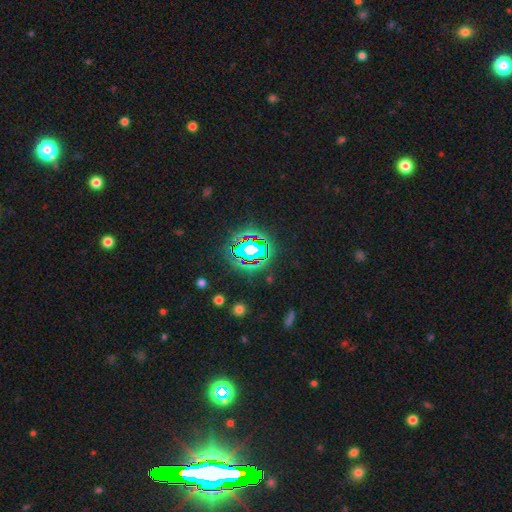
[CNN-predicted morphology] Smooth or featured: star or artifact — 82% (smooth — 10%)